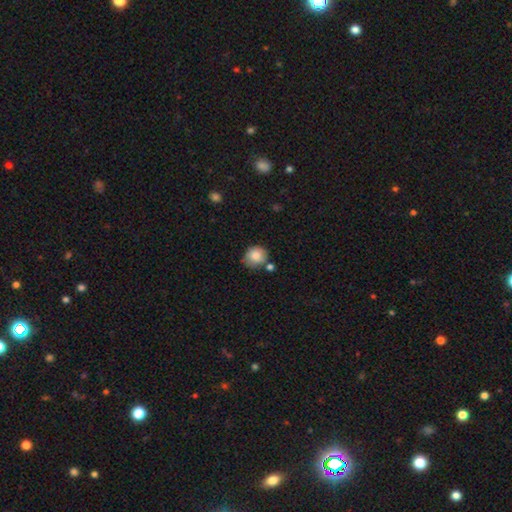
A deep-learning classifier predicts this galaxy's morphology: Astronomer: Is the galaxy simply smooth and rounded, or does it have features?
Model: smooth — 83%.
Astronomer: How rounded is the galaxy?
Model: round — 76%.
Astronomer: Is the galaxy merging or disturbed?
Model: none — 60%.